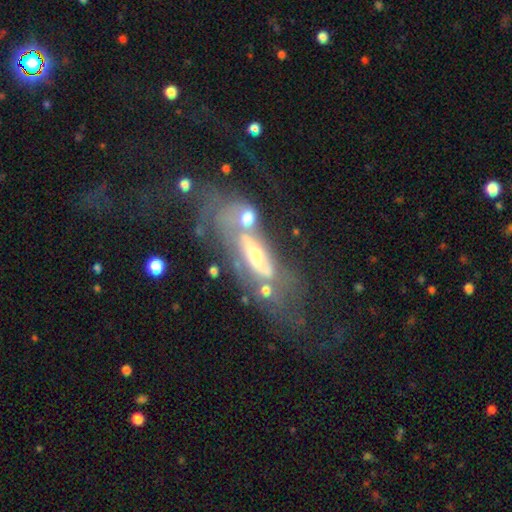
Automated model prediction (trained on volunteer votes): Smooth or featured? featured or disk (72%)
Edge-on disk? no (79%)
Bar? no (55%)
Spiral arms? yes (57%)
Bulge size? moderate (51%)
Merging? merger (30%)